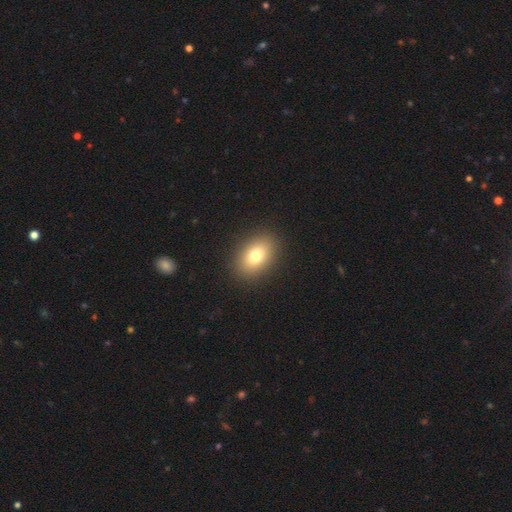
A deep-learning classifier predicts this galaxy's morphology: Smooth or featured?
  - smooth: 77% *
  - featured or disk: 12%
  - star or artifact: 10%
How rounded?
  - in between: 80% *
  - round: 19%
  - cigar-shaped: 1%
Merging?
  - none: 90% *
  - minor disturbance: 7%
  - major disturbance: 3%
  - merger: 1%